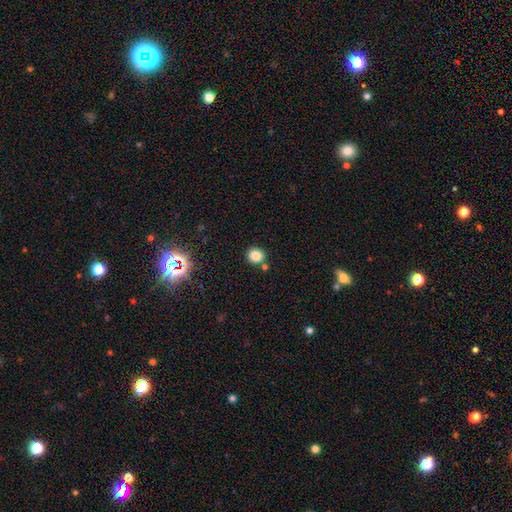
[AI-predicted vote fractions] Q: Smooth or featured?
A: smooth (82%); runner-up: star or artifact (13%)
Q: How rounded?
A: round (88%); runner-up: in between (11%)
Q: Merging?
A: none (81%); runner-up: merger (10%)